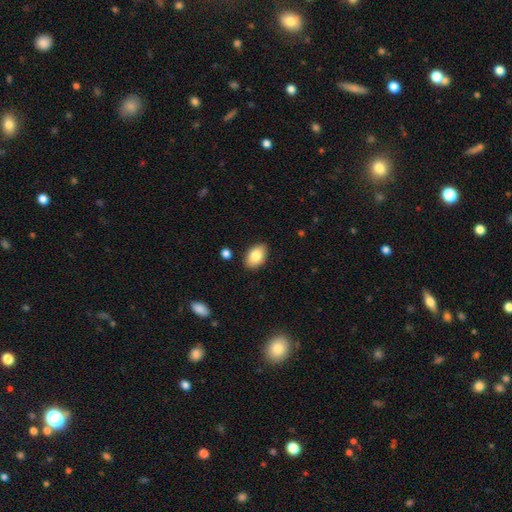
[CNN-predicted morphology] Overall: smooth (85%). How rounded: in between (90%). Merging: none (87%).